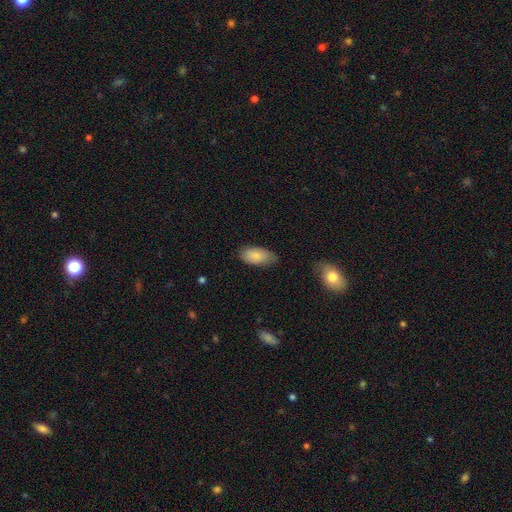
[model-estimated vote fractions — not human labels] Smooth or featured? Predicted: smooth (p=0.84). How rounded? Predicted: in between (p=0.94). Merging? Predicted: none (p=0.72).